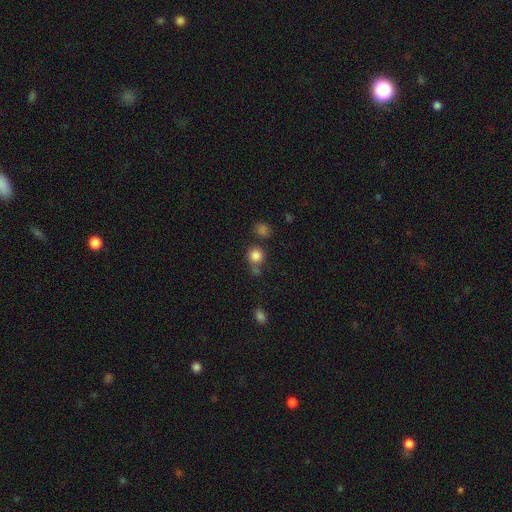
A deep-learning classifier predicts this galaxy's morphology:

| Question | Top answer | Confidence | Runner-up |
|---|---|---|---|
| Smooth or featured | smooth | 83% | star or artifact (12%) |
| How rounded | round | 88% | in between (11%) |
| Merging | none | 62% | merger (19%) |